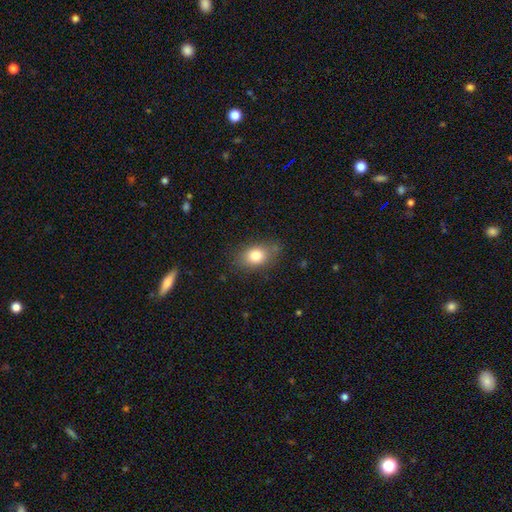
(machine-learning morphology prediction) A smooth galaxy with no disk features (79%) that is in between round and cigar-shaped (75%). Merging: none (76%).